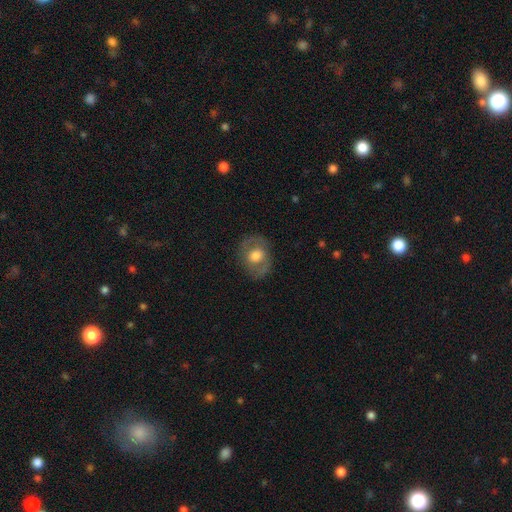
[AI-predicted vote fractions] A smooth galaxy with no disk features (51%) that is round (57%). Merging: none (77%).